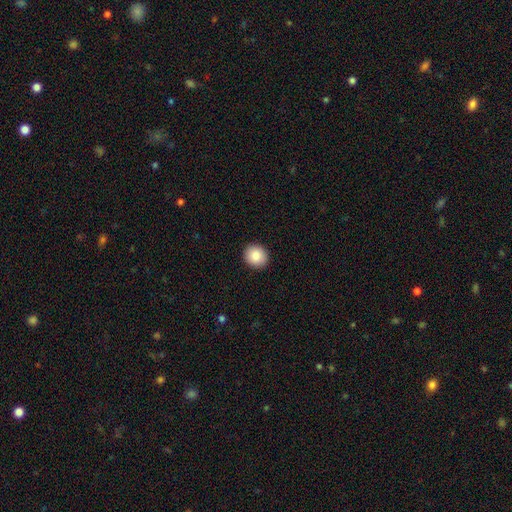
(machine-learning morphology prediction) type=smooth (88%); roundness=round (81%); merging=none (92%).